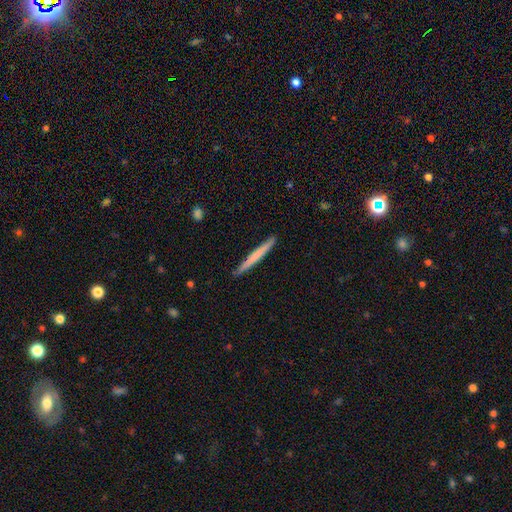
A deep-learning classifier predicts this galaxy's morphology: This is likely a smooth galaxy (60%). How rounded: clearly cigar-shaped (97%). Merging: clearly none (90%).